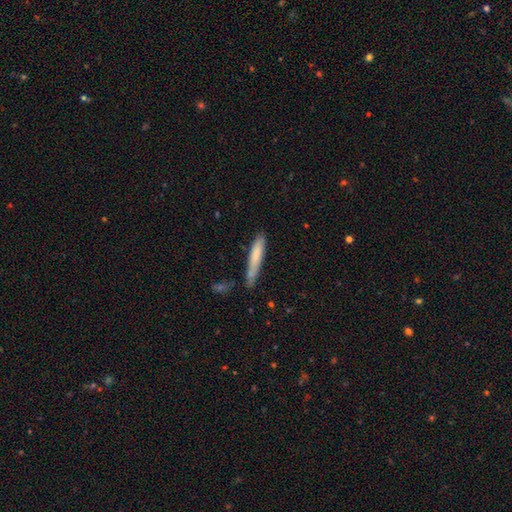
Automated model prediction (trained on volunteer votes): smooth 74%, featured or disk 20%, star or artifact 6%. Down the decision tree: how rounded — cigar-shaped (92%); merging — none (66%).